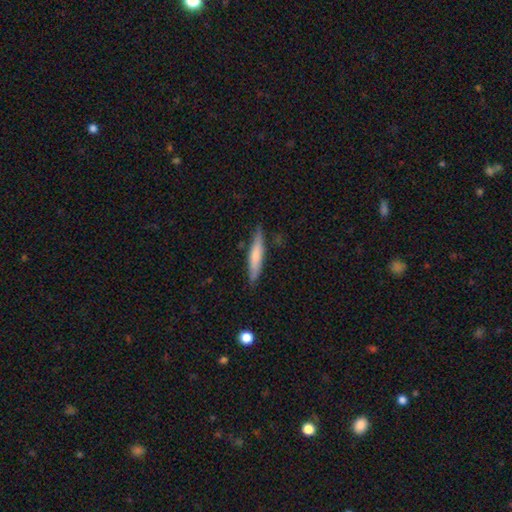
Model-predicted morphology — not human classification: Smooth or featured? Predicted: smooth (p=0.66). How rounded? Predicted: cigar-shaped (p=0.89). Merging? Predicted: none (p=0.83).